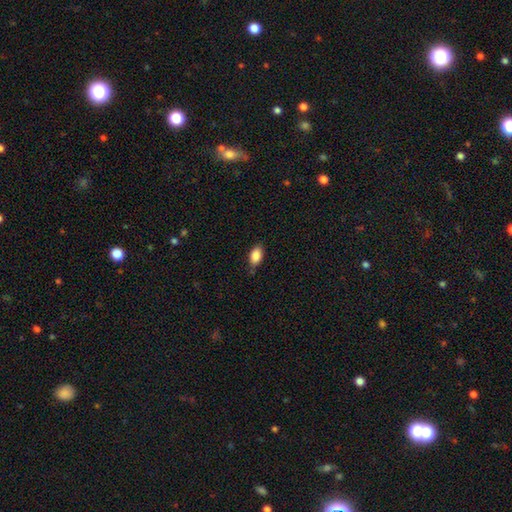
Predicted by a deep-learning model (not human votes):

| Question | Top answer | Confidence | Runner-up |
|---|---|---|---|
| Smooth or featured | smooth | 87% | star or artifact (8%) |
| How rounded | in between | 91% | round (6%) |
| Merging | none | 79% | minor disturbance (16%) |